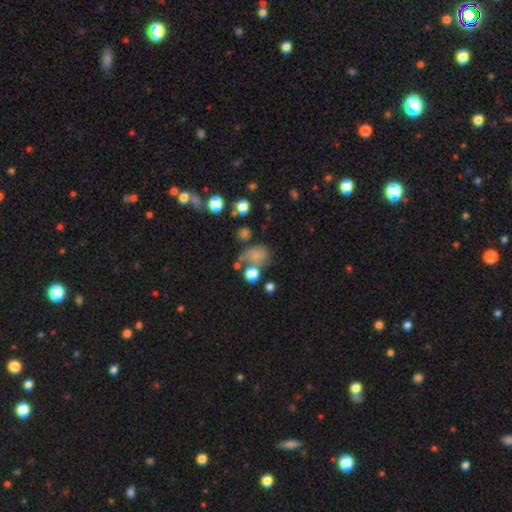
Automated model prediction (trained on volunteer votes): Smooth or featured?
  - smooth: 68% *
  - featured or disk: 17%
  - star or artifact: 15%
How rounded?
  - round: 51% *
  - in between: 47%
  - cigar-shaped: 1%
Merging?
  - none: 43% *
  - minor disturbance: 23%
  - merger: 17%
  - major disturbance: 16%